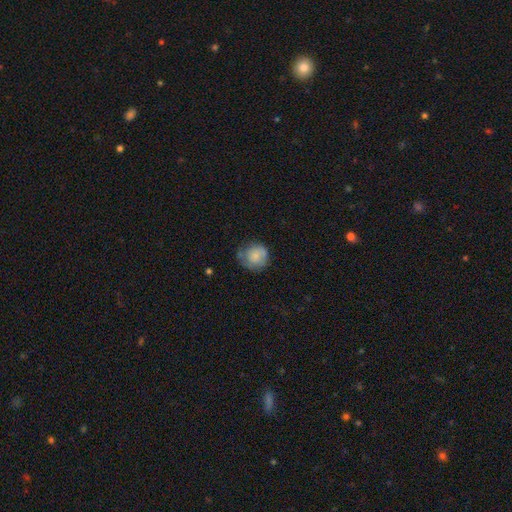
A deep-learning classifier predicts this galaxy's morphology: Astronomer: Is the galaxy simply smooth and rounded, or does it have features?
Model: smooth — 76%.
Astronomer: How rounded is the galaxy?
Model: round — 88%.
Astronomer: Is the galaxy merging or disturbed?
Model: none — 55% (runner-up: minor disturbance, 31%).